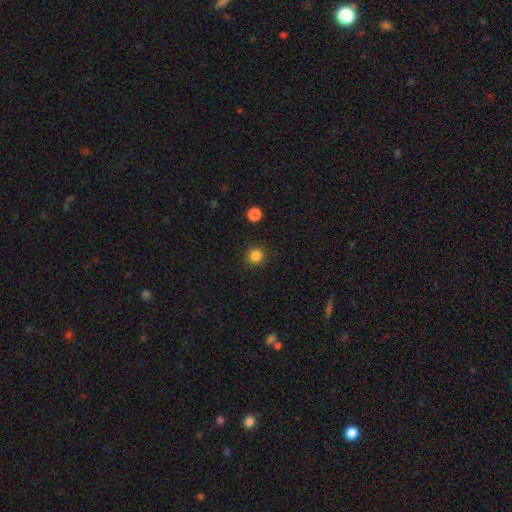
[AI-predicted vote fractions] This appears to be a smooth galaxy with no disk features (84%) that is round (93%). Merging: none (90%).